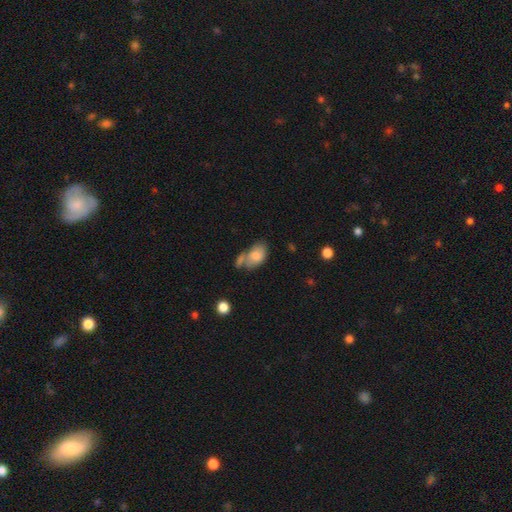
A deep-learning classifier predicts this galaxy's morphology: A smooth galaxy with no disk features (77%) that is in between round and cigar-shaped (90%).

Vote fractions:
- Smooth or featured? smooth: 77% / featured or disk: 15% / star or artifact: 8%
- How rounded? in between: 90% / round: 8% / cigar-shaped: 2%
- Merging? merger: 35% / none: 34% / minor disturbance: 20% / major disturbance: 11%